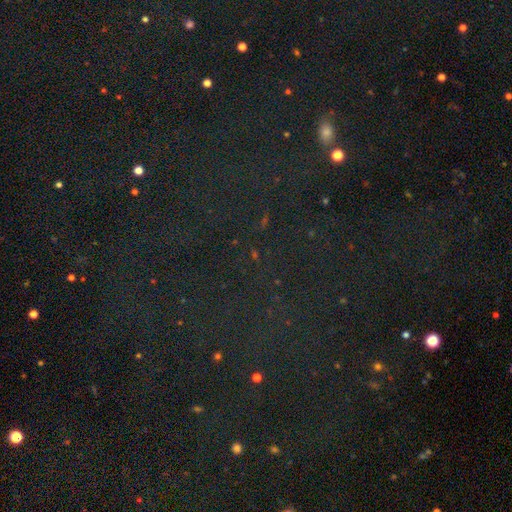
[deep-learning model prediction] This appears to be a star or artifact, not a galaxy (79%).